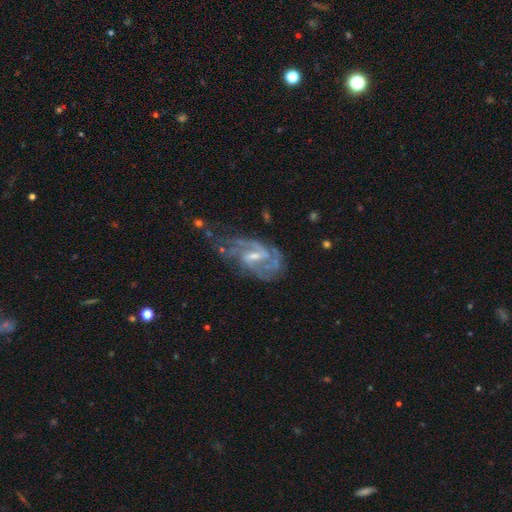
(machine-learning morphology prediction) Smooth or featured? Predicted: featured or disk (p=0.87). Edge-on disk? Predicted: no (p=0.96). Bar? Predicted: weak (p=0.55). Spiral arms? Predicted: yes (p=0.94). Spiral winding? Predicted: medium (p=0.49). Spiral arm count? Predicted: 2 (p=0.47). Bulge size? Predicted: small (p=0.54). Merging? Predicted: none (p=0.46).